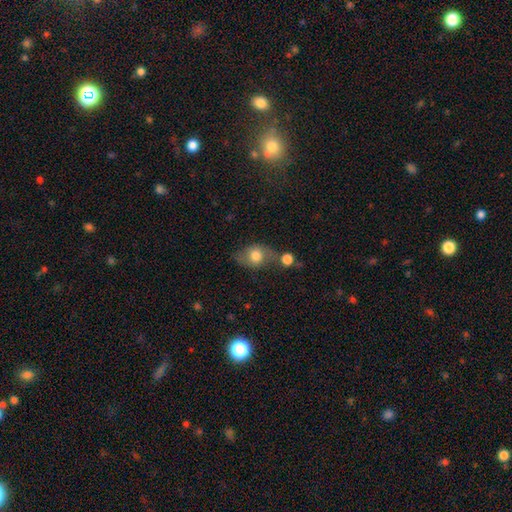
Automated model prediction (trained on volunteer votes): Q: Smooth or featured?
A: smooth (70%); runner-up: featured or disk (22%)
Q: How rounded?
A: in between (62%); runner-up: round (35%)
Q: Merging?
A: none (48%); runner-up: merger (24%)